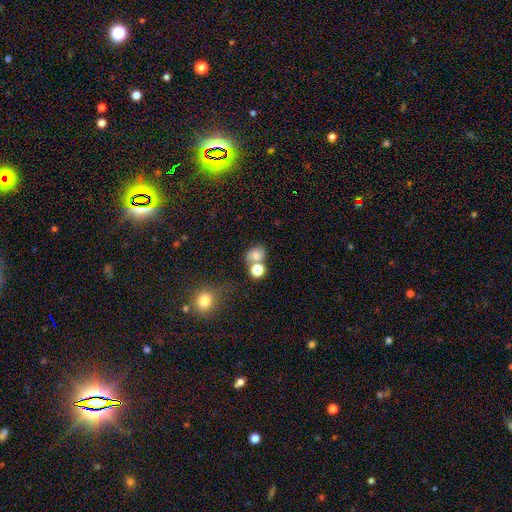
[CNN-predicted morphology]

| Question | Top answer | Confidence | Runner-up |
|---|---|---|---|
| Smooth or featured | smooth | 75% | star or artifact (13%) |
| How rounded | round | 60% | in between (38%) |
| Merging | none | 46% | merger (36%) |